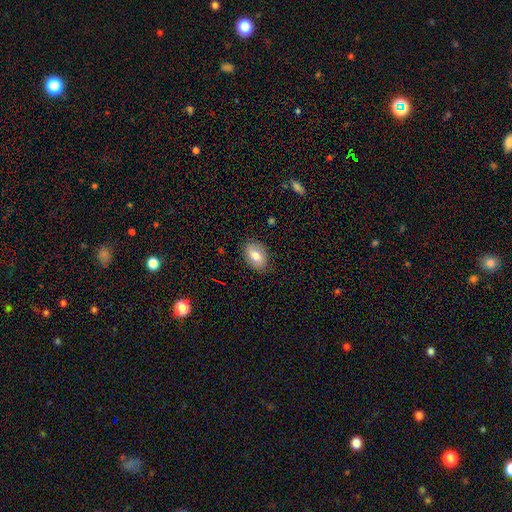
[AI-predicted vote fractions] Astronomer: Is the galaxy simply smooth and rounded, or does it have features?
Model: smooth — 76%.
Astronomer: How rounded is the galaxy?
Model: in between — 82%.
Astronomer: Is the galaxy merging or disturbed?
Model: none — 82%.